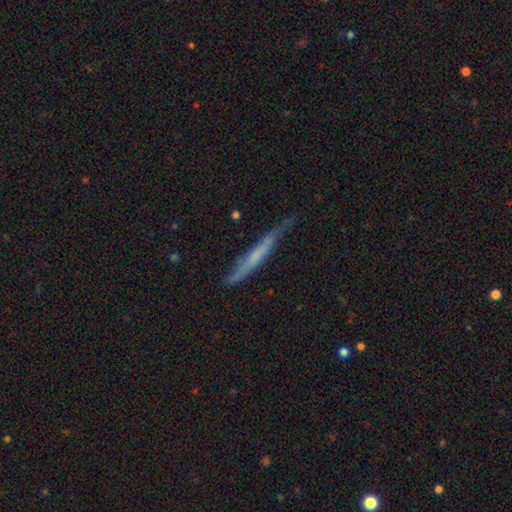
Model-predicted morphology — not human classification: type=featured or disk (50%); merging=none (60%).